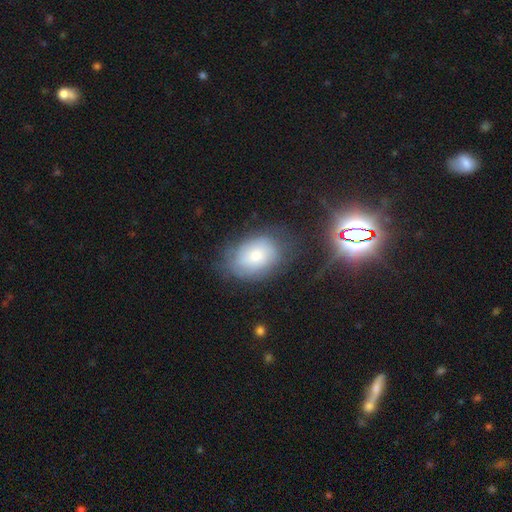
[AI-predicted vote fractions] A smooth galaxy with no disk features (51%) that is in between round and cigar-shaped (76%).

Vote fractions:
- Smooth or featured? smooth: 51% / featured or disk: 39% / star or artifact: 10%
- How rounded? in between: 76% / round: 23% / cigar-shaped: 1%
- Merging? none: 65% / minor disturbance: 22% / major disturbance: 9% / merger: 3%